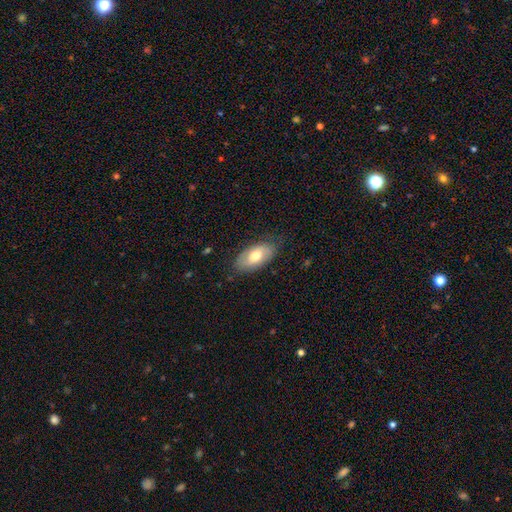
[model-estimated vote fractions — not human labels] Smooth or featured: smooth — 62% (featured or disk — 33%)
How rounded: in between — 93% (round — 3%)
Merging: none — 77% (minor disturbance — 18%)